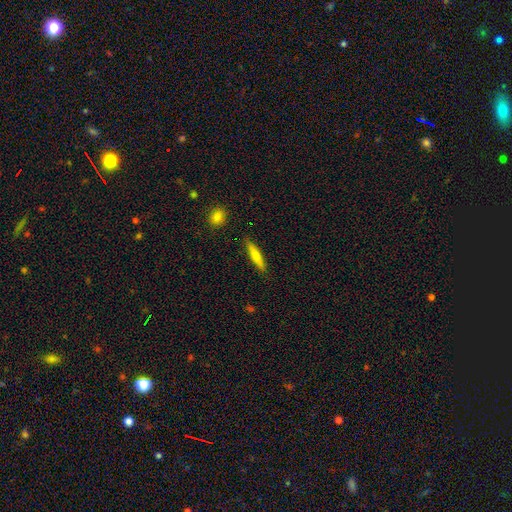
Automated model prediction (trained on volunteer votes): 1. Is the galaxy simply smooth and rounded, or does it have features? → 62% smooth, 31% featured or disk, 6% star or artifact.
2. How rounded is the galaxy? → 87% cigar-shaped, 11% in between, 2% round.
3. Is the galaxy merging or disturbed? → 88% none, 8% minor disturbance, 2% major disturbance, 2% merger.